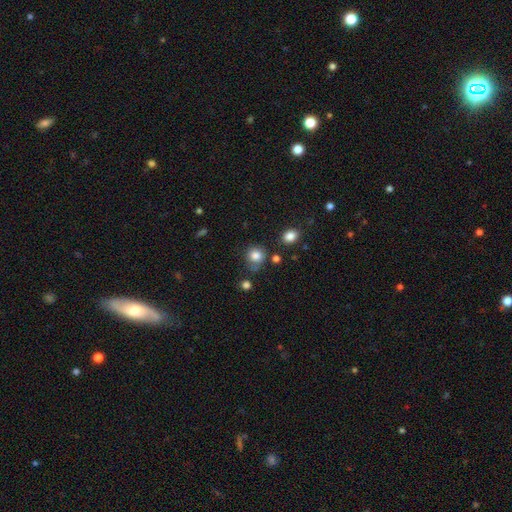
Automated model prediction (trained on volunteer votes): smooth-or-featured: smooth: 83% | star or artifact: 11% | featured or disk: 6%
  how-rounded: round: 78% | in between: 21% | cigar-shaped: 1%
  merging: none: 62% | minor disturbance: 24% | major disturbance: 8% | merger: 6%